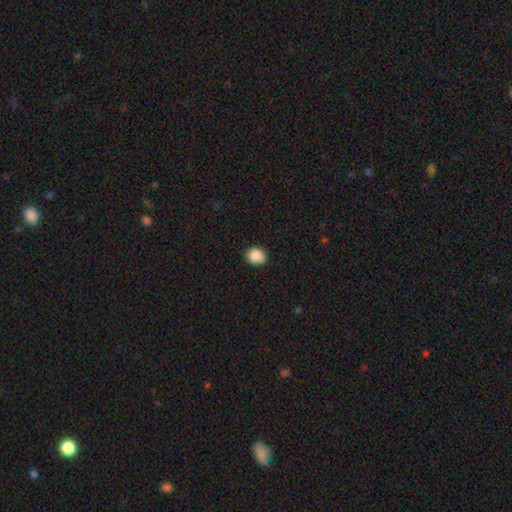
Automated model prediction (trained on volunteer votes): Smooth or featured: smooth — 88% (star or artifact — 9%)
How rounded: round — 63% (in between — 36%)
Merging: none — 78% (minor disturbance — 17%)